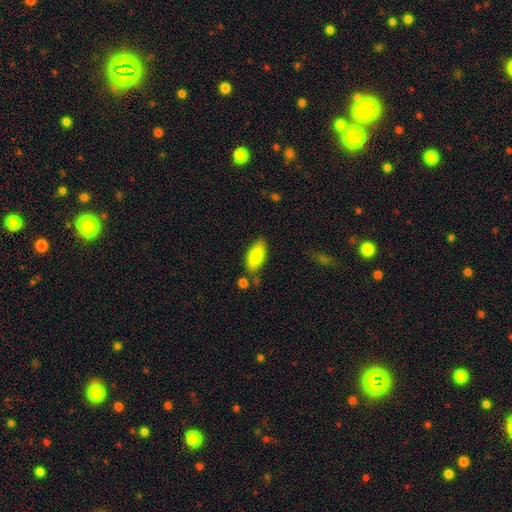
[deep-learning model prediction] A smooth galaxy with no disk features (83%) that is in between round and cigar-shaped (86%). Merging: none (72%).